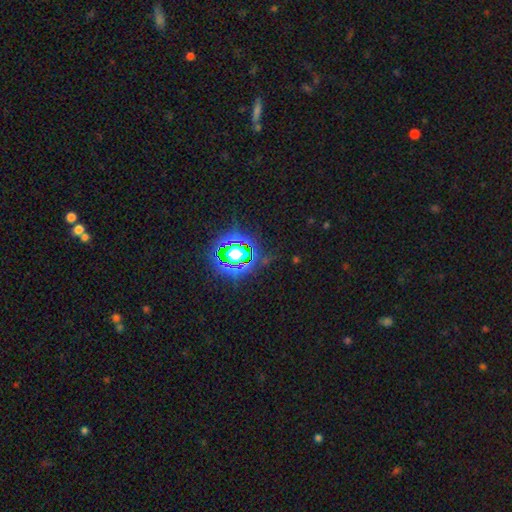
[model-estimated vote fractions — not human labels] Q: Smooth or featured?
A: star or artifact (78%); runner-up: smooth (14%)